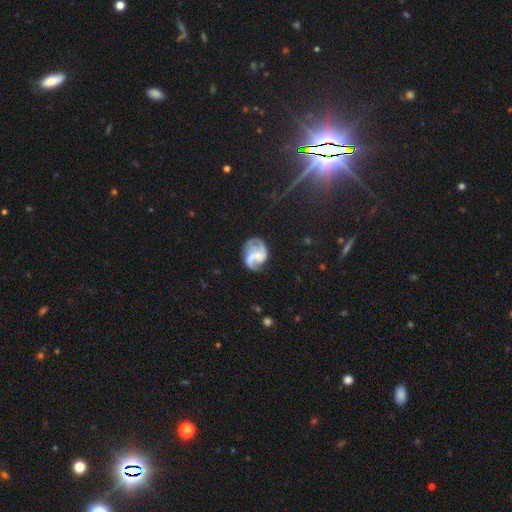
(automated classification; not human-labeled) Overall: featured or disk (77%). Edge-on disk: no (98%). Bar: no (48%; weak 40%). Spiral arms: yes (91%). Spiral arm count: 2 (72%). Spiral winding: medium (44%; loose 40%). Bulge size: small (42%; moderate 29%). Merging: none (52%; minor disturbance 22%).